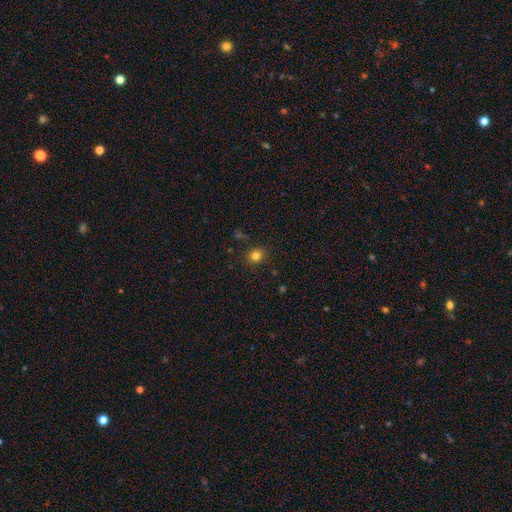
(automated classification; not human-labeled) This appears to be a smooth galaxy with no disk features (80%) that is round (81%). Merging: none (87%).